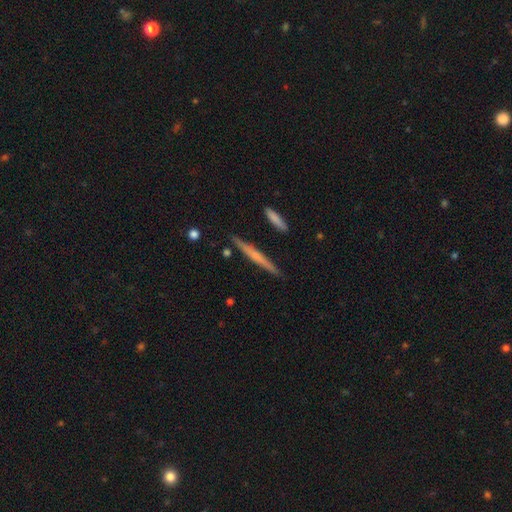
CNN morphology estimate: Smooth or featured: featured or disk — 49% (smooth — 45%)
Merging: none — 88% (minor disturbance — 8%)